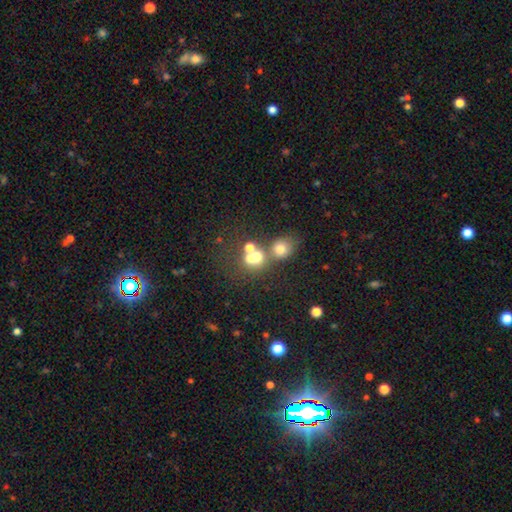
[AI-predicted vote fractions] Smooth or featured: smooth — 62% (star or artifact — 20%)
How rounded: round — 70% (in between — 29%)
Merging: merger — 53% (none — 33%)